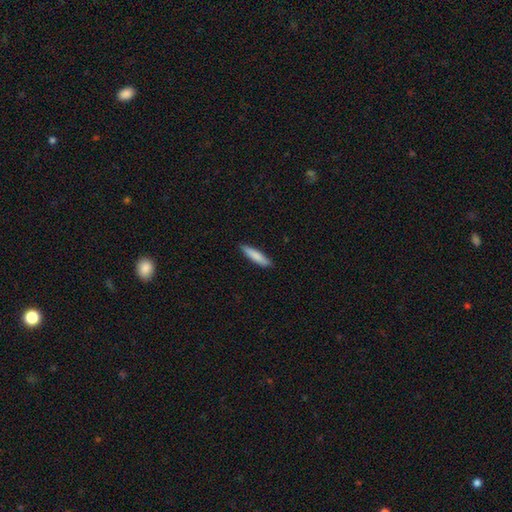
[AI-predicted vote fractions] smooth_or_featured: smooth (p=0.83) [alt: featured or disk p=0.11]
how_rounded: cigar-shaped (p=0.84) [alt: in between p=0.14]
merging: none (p=0.89) [alt: minor disturbance p=0.09]